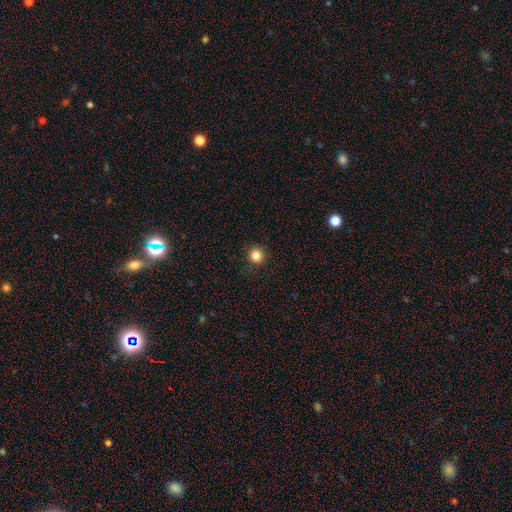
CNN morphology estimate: This appears to be a smooth galaxy with no disk features (84%) that is round (93%). Merging: none (91%).